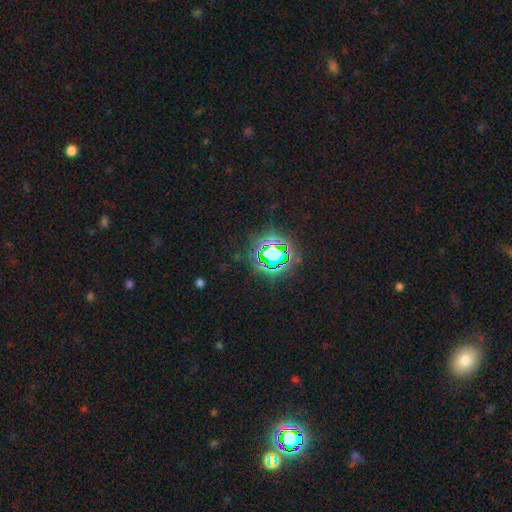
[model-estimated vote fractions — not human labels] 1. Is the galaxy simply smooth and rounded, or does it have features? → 79% star or artifact, 13% smooth, 8% featured or disk.